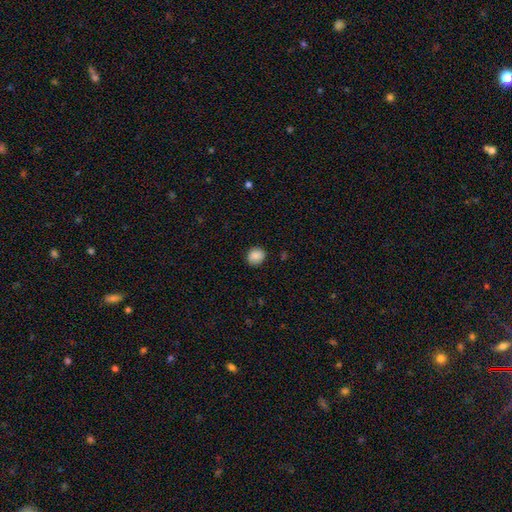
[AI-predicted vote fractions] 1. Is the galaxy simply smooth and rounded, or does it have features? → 88% smooth, 8% star or artifact, 4% featured or disk.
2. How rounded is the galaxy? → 72% round, 27% in between, 1% cigar-shaped.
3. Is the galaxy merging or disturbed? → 89% none, 8% minor disturbance, 2% major disturbance, 1% merger.